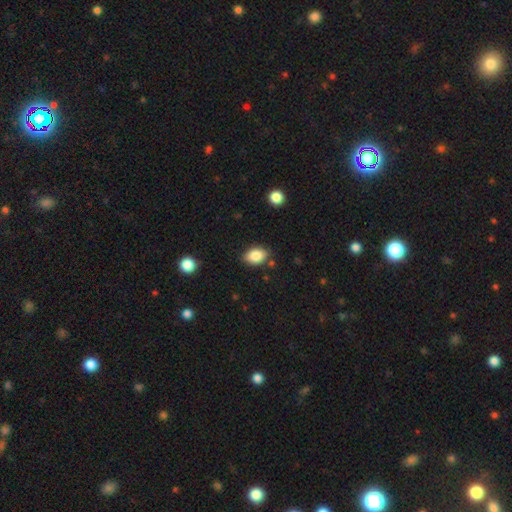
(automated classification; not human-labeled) Q: Smooth or featured?
A: smooth (86%); runner-up: star or artifact (8%)
Q: How rounded?
A: in between (82%); runner-up: round (16%)
Q: Merging?
A: none (81%); runner-up: minor disturbance (14%)